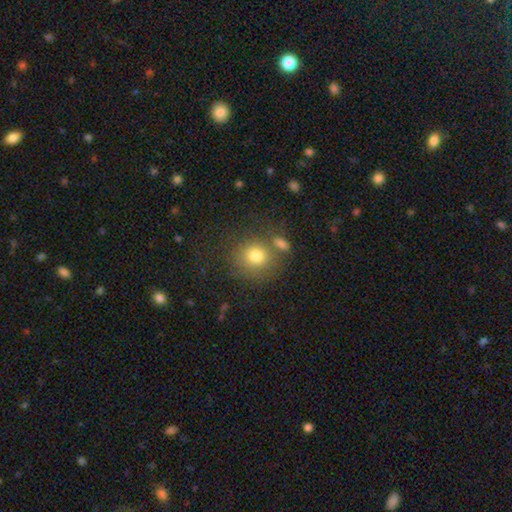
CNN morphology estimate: This appears to be a smooth galaxy with no disk features (78%) that is round (85%). Merging: none (67%).